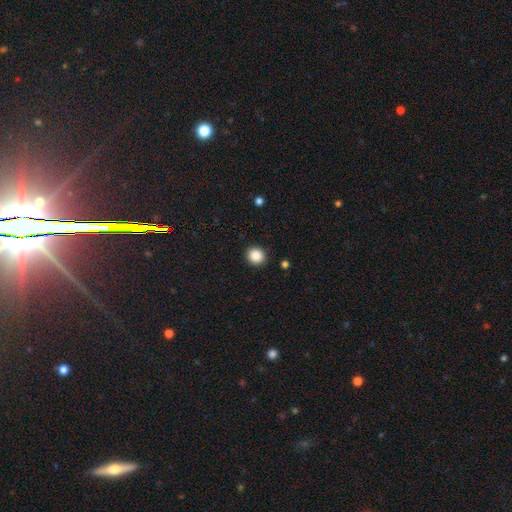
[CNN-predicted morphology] Smooth or featured?
  - smooth: 87% *
  - star or artifact: 10%
  - featured or disk: 3%
How rounded?
  - round: 86% *
  - in between: 13%
  - cigar-shaped: 1%
Merging?
  - none: 90% *
  - minor disturbance: 6%
  - major disturbance: 2%
  - merger: 1%